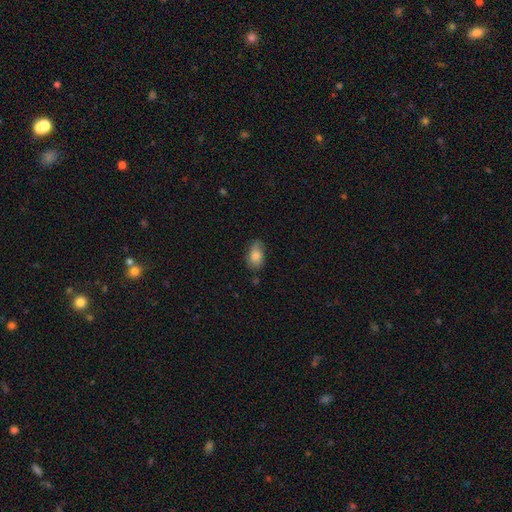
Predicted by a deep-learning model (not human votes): smooth 83%, featured or disk 10%, star or artifact 7%. Down the decision tree: how rounded — in between (90%); merging — none (66%).